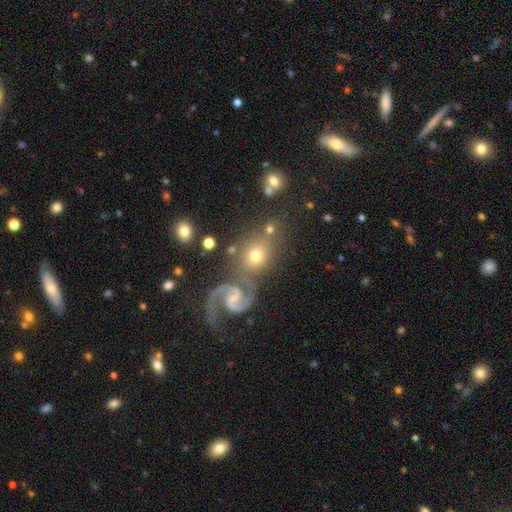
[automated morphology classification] A smooth galaxy with no disk features (49%).

Vote fractions:
- Smooth or featured? smooth: 49% / featured or disk: 40% / star or artifact: 11%
- Merging? none: 60% / merger: 21% / minor disturbance: 13% / major disturbance: 6%